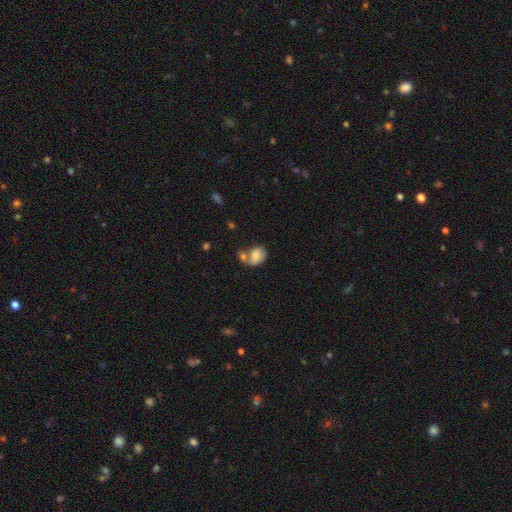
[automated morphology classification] This is likely a smooth galaxy (73%). How rounded: likely in between (66%). Merging: marginally merger (42%).